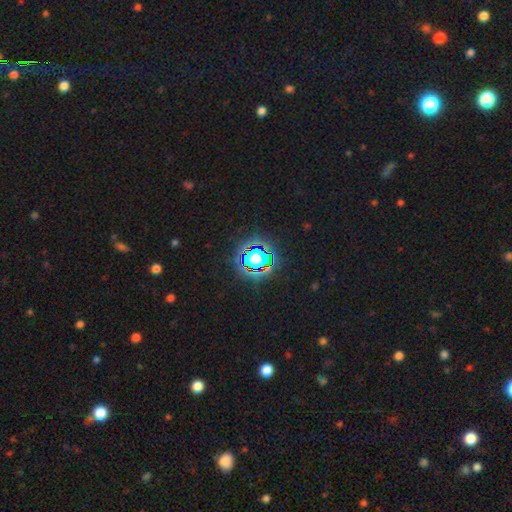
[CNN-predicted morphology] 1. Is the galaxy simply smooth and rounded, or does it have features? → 72% star or artifact, 19% smooth, 10% featured or disk.